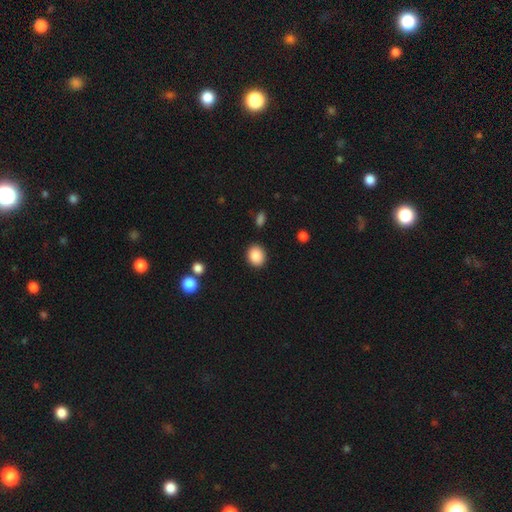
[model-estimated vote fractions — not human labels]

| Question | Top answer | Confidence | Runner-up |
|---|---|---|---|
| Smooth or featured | smooth | 88% | star or artifact (8%) |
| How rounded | round | 58% | in between (41%) |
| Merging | none | 89% | minor disturbance (8%) |